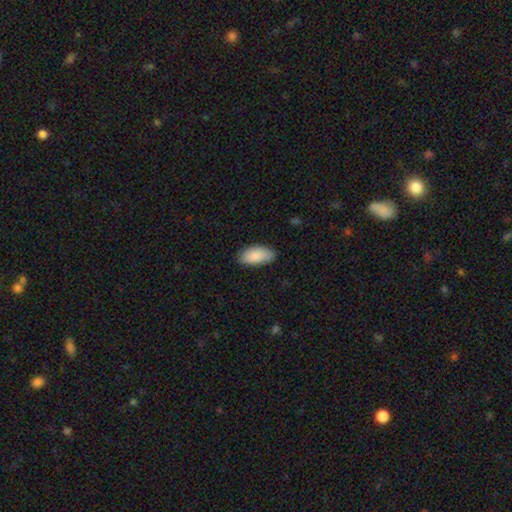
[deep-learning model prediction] Smooth or featured?
  - smooth: 86% *
  - featured or disk: 8%
  - star or artifact: 6%
How rounded?
  - in between: 93% *
  - cigar-shaped: 5%
  - round: 2%
Merging?
  - none: 80% *
  - minor disturbance: 17%
  - major disturbance: 3%
  - merger: 1%